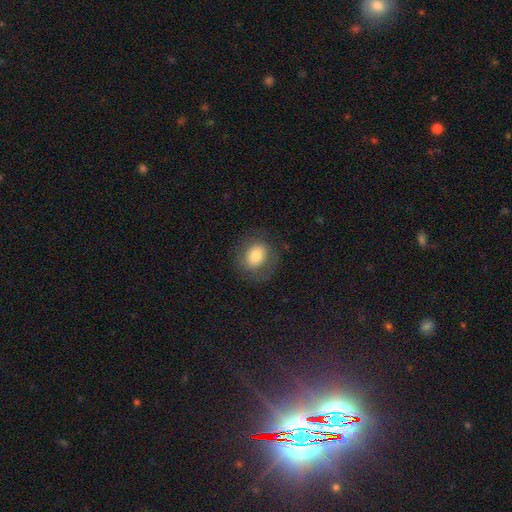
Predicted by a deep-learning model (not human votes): The model was most divided on "how rounded": round: 59%, in between: 40%, cigar-shaped: 1%. More confident: merging — none (78%); smooth or featured — smooth (74%).